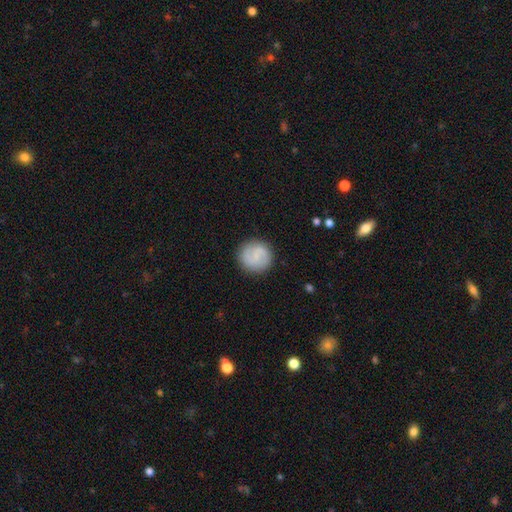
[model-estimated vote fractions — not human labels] A smooth galaxy with no disk features (53%) that is round (92%). Merging: none (88%).